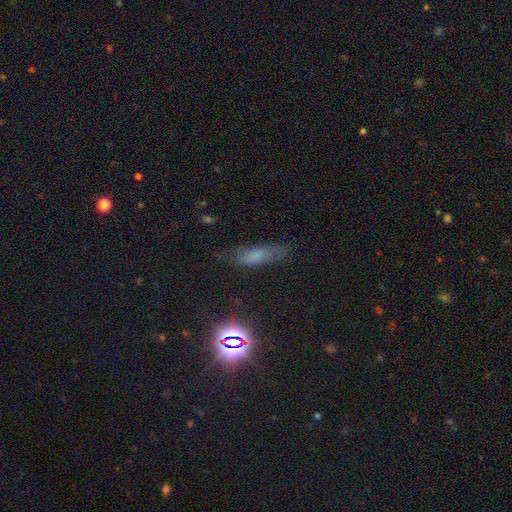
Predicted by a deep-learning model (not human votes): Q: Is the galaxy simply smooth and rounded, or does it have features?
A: smooth — 59%.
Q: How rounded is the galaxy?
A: cigar-shaped — 58%.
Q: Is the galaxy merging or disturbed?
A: none — 68%.